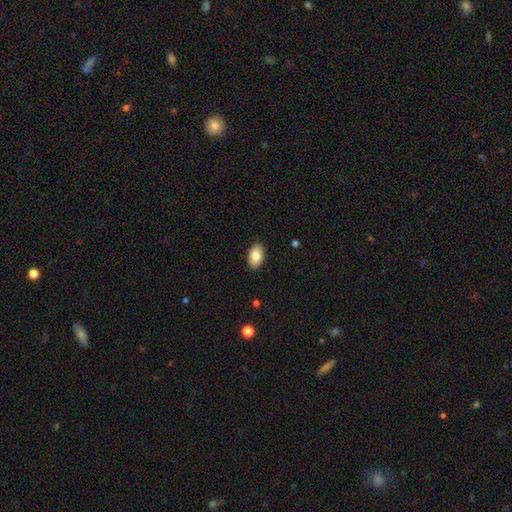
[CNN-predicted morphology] smooth 84%, featured or disk 9%, star or artifact 7%. Down the decision tree: how rounded — in between (93%); merging — none (90%).